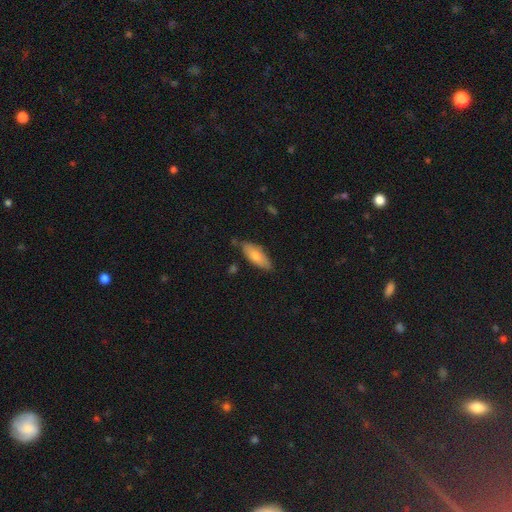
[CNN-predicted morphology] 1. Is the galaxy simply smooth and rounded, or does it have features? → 76% smooth, 18% featured or disk, 6% star or artifact.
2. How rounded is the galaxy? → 71% in between, 27% cigar-shaped, 2% round.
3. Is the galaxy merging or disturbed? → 75% none, 19% minor disturbance, 3% merger, 3% major disturbance.